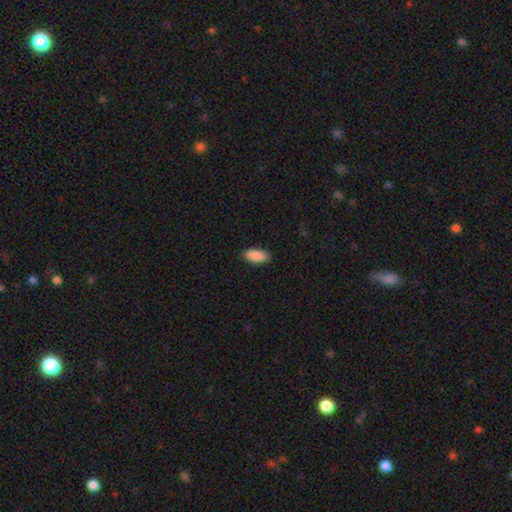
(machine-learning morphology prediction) smooth_or_featured: smooth (p=0.91) [alt: star or artifact p=0.06]
how_rounded: in between (p=0.91) [alt: cigar-shaped p=0.07]
merging: none (p=0.88) [alt: minor disturbance p=0.10]